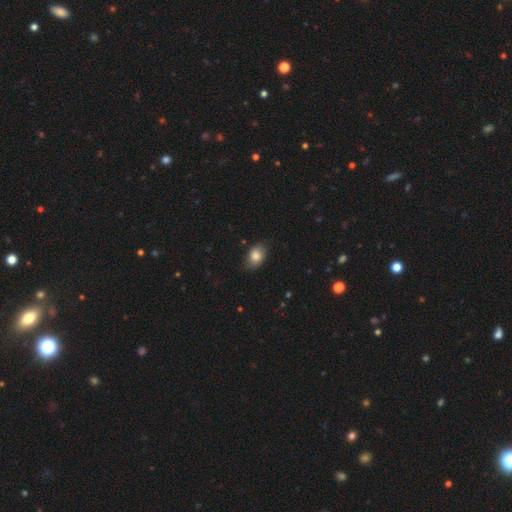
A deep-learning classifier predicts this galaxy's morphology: This appears to be a smooth galaxy with no disk features (83%) that is in between round and cigar-shaped (79%). Merging: none (78%).